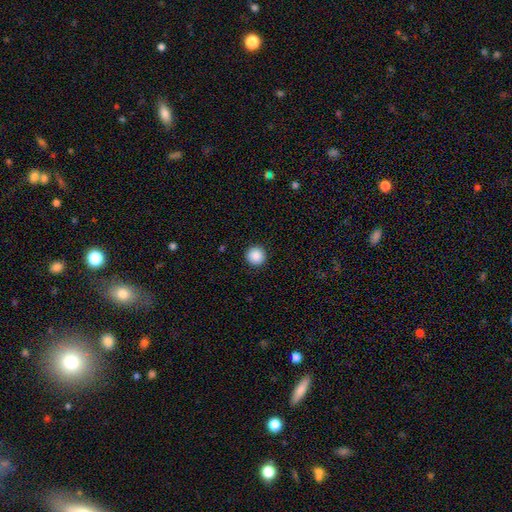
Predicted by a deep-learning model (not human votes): Smooth or featured?
  - smooth: 88% *
  - star or artifact: 9%
  - featured or disk: 3%
How rounded?
  - round: 96% *
  - in between: 3%
  - cigar-shaped: 1%
Merging?
  - none: 93% *
  - minor disturbance: 4%
  - major disturbance: 2%
  - merger: 1%